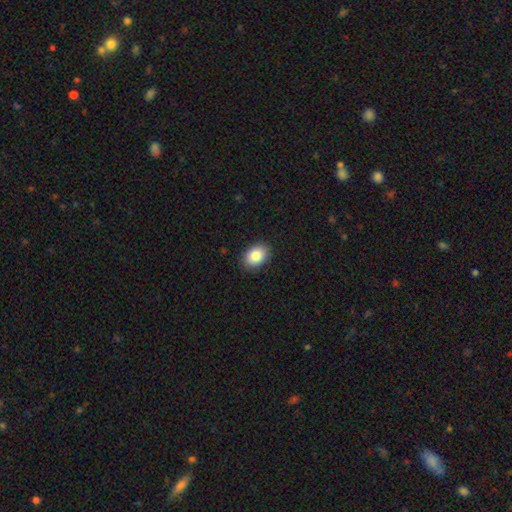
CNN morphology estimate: Smooth or featured? smooth (86%)
How rounded? in between (80%)
Merging? none (89%)